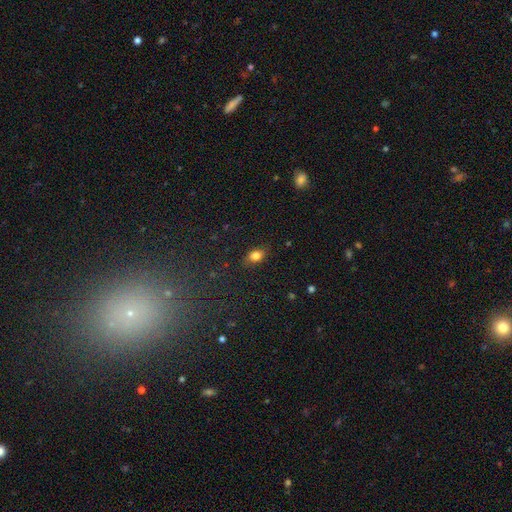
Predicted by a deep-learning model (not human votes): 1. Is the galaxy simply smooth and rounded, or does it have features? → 81% smooth, 10% star or artifact, 9% featured or disk.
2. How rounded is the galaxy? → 81% in between, 16% round, 3% cigar-shaped.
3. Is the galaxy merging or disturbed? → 85% none, 12% minor disturbance, 3% major disturbance, 1% merger.